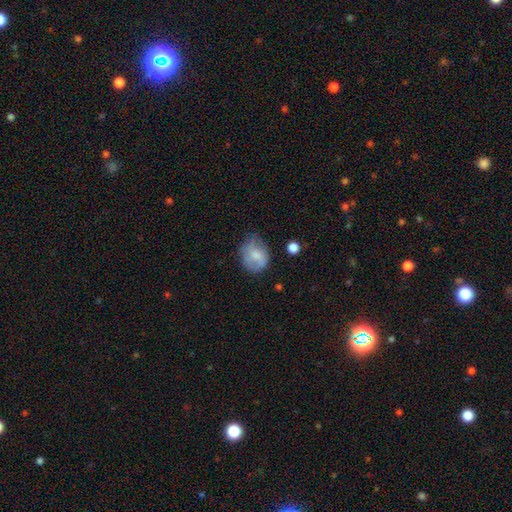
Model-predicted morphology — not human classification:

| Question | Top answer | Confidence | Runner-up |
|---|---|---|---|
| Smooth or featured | smooth | 65% | featured or disk (26%) |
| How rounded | round | 55% | in between (44%) |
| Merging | none | 46% | minor disturbance (34%) |